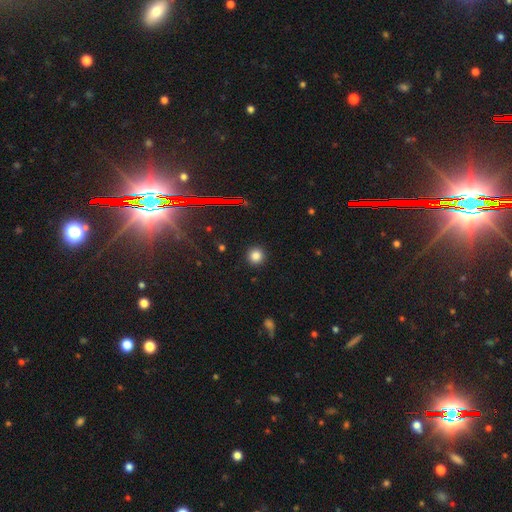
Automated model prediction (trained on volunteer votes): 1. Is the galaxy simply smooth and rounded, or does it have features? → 82% smooth, 14% star or artifact, 4% featured or disk.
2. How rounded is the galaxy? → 95% round, 4% in between, 1% cigar-shaped.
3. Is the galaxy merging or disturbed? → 92% none, 5% minor disturbance, 2% major disturbance, 1% merger.